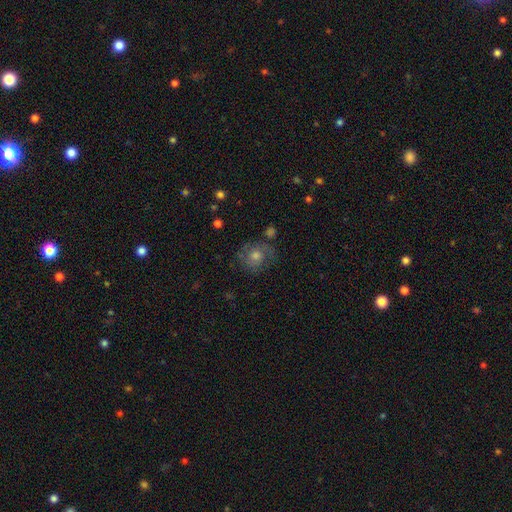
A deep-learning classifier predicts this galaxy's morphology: A featured or disk galaxy (49%).

Vote fractions:
- Smooth or featured? featured or disk: 49% / smooth: 35% / star or artifact: 16%
- Merging? none: 70% / minor disturbance: 17% / major disturbance: 10% / merger: 3%